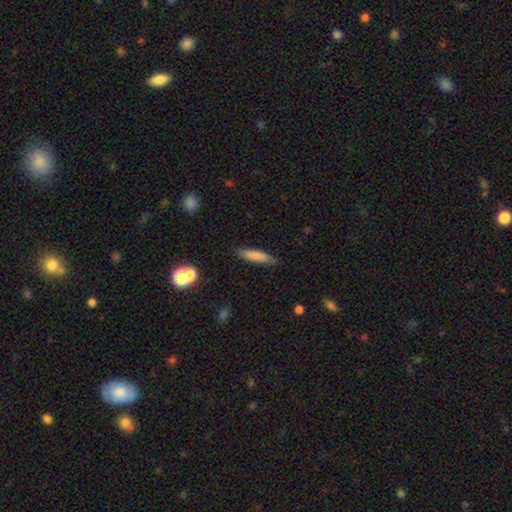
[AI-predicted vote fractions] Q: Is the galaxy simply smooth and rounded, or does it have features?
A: smooth — 77%.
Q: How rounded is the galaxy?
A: cigar-shaped — 80%.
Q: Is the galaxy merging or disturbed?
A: none — 81%.